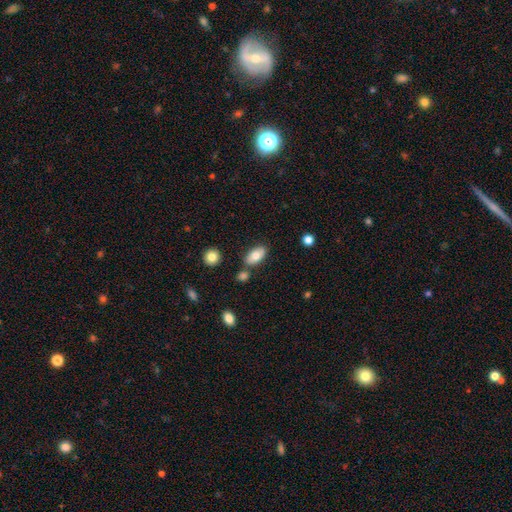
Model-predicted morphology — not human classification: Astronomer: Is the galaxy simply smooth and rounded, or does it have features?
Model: smooth — 77%.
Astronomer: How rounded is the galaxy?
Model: in between — 92%.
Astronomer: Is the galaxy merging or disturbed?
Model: none — 77%.